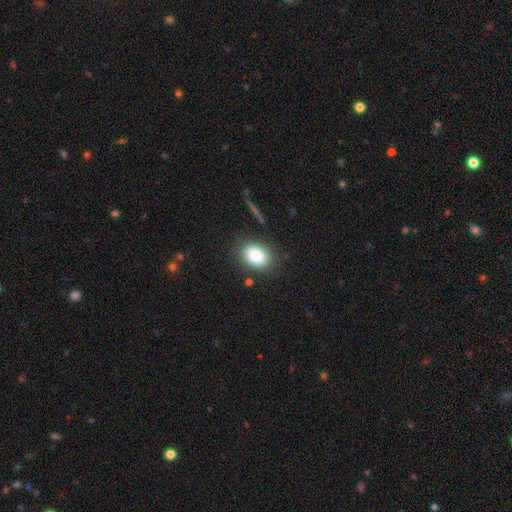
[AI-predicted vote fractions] A smooth galaxy with no disk features (86%) that is in between round and cigar-shaped (76%).

Vote fractions:
- Smooth or featured? smooth: 86% / star or artifact: 8% / featured or disk: 6%
- How rounded? in between: 76% / round: 23% / cigar-shaped: 1%
- Merging? none: 83% / minor disturbance: 11% / major disturbance: 4% / merger: 2%